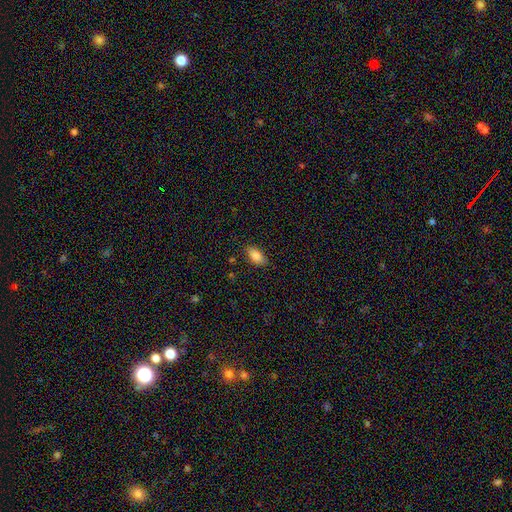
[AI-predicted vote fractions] smooth 85%, star or artifact 8%, featured or disk 7%. Down the decision tree: how rounded — in between (90%); merging — none (83%).